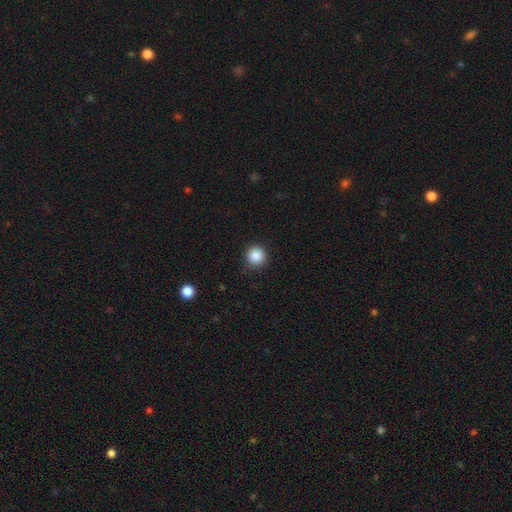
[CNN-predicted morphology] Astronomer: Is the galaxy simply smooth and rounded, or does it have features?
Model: smooth — 87%.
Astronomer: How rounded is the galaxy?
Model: round — 95%.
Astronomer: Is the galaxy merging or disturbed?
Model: none — 87%.